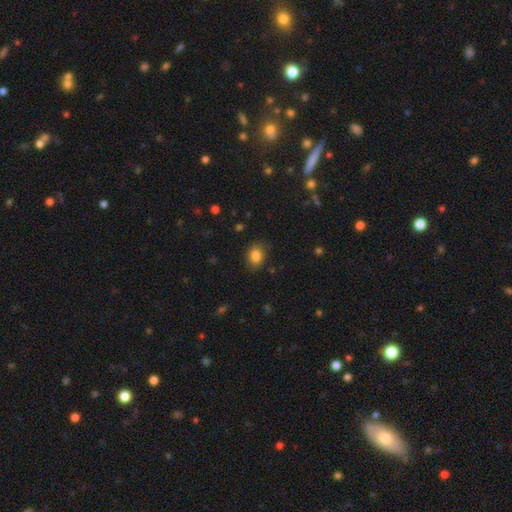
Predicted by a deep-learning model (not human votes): Overall: smooth (85%). How rounded: in between (66%; round 33%). Merging: none (82%).